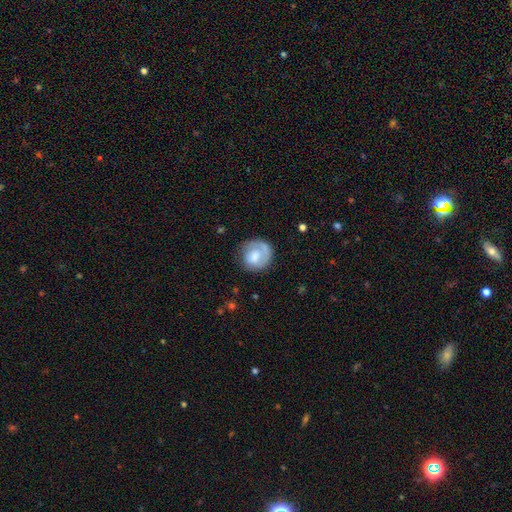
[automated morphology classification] The model was most divided on "smooth or featured": smooth: 57%, featured or disk: 37%, star or artifact: 6%. More confident: how rounded — round (86%); merging — none (68%).